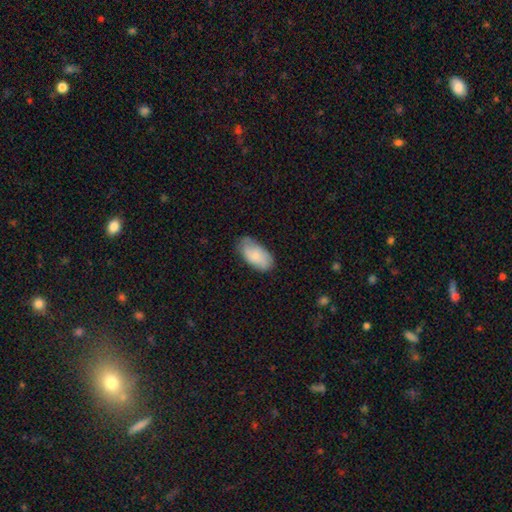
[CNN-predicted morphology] This is likely a smooth galaxy (78%). How rounded: clearly in between (95%). Merging: likely none (67%).